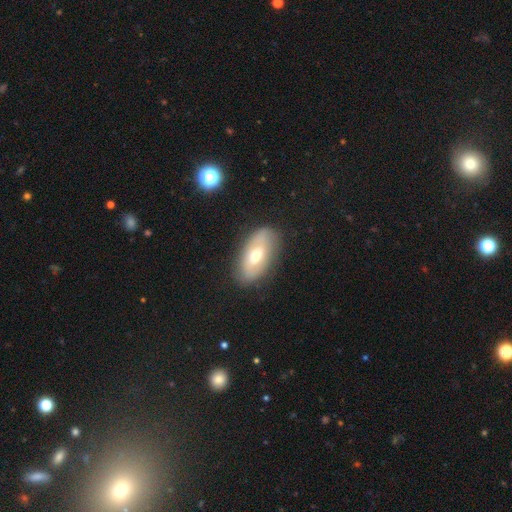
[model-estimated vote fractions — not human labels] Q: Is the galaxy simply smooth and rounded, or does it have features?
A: smooth — 53%.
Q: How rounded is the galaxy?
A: in between — 91%.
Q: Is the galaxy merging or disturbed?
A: none — 83%.